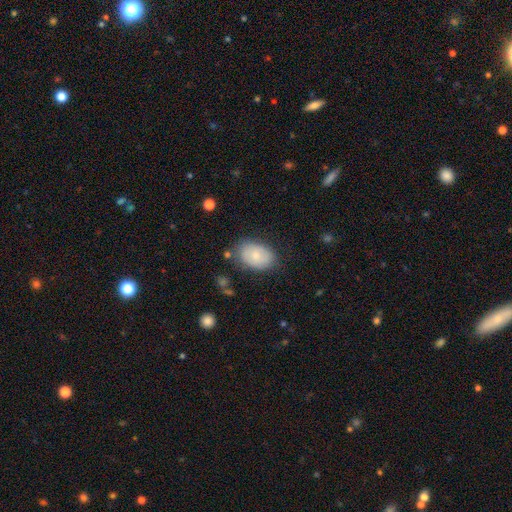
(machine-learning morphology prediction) Smooth or featured? smooth (74%)
How rounded? in between (86%)
Merging? none (73%)